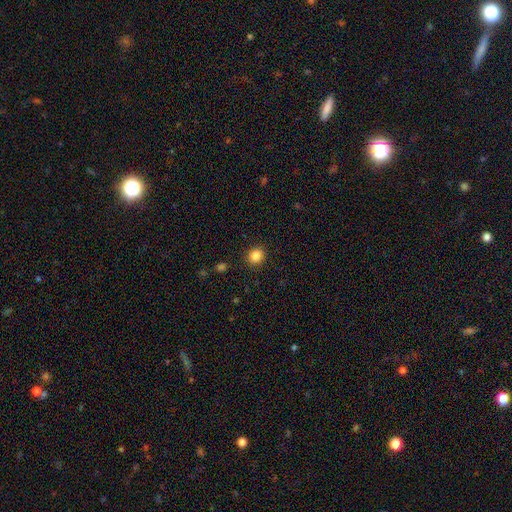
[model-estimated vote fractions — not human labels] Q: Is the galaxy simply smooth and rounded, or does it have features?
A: smooth — 85%.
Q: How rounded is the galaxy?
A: round — 82%.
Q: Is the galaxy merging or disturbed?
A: none — 90%.